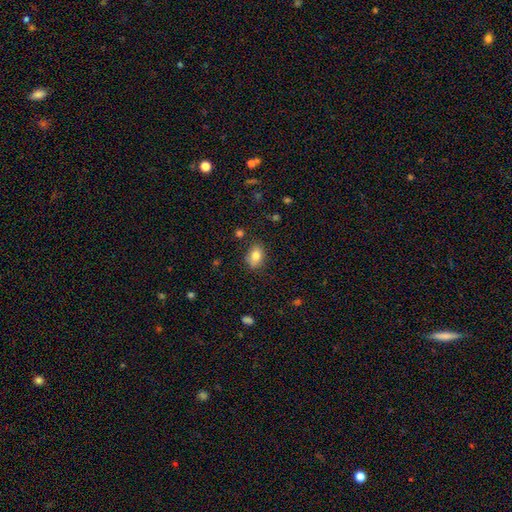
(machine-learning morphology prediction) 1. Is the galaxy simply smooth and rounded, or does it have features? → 80% smooth, 11% featured or disk, 9% star or artifact.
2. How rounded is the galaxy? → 78% in between, 21% round, 1% cigar-shaped.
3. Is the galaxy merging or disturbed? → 81% none, 14% minor disturbance, 3% major disturbance, 2% merger.